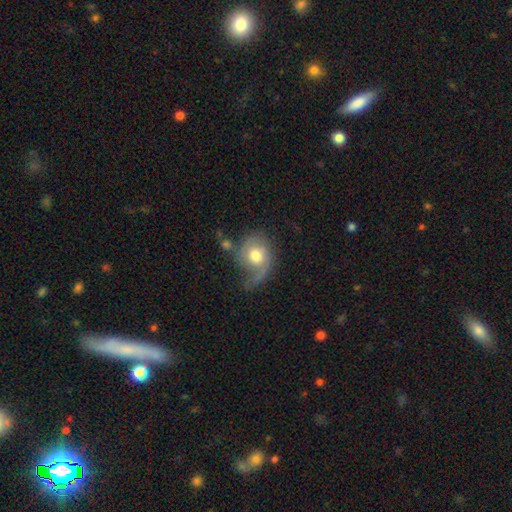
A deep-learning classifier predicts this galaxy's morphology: Overall: smooth (48%; featured or disk 44%). Merging: major disturbance (34%; none 32%).